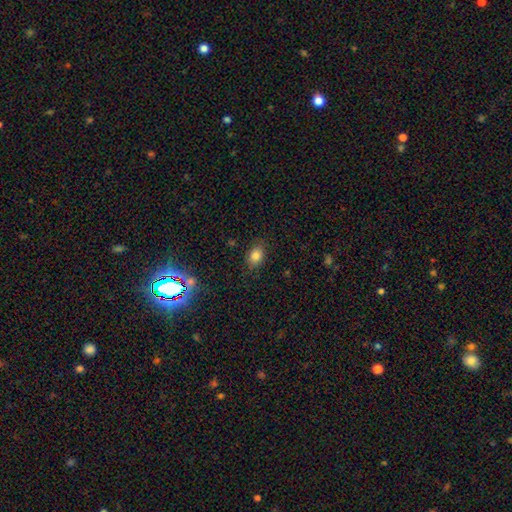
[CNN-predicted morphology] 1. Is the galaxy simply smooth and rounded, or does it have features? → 81% smooth, 12% star or artifact, 7% featured or disk.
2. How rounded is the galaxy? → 71% in between, 27% round, 2% cigar-shaped.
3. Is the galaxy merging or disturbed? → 81% none, 14% minor disturbance, 4% major disturbance, 1% merger.